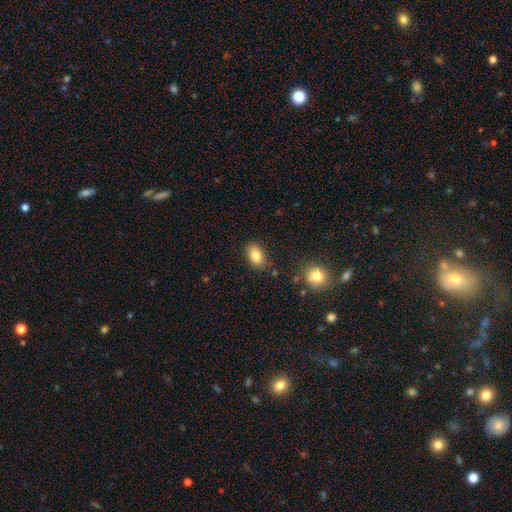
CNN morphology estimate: This is clearly a smooth galaxy (82%). How rounded: clearly in between (86%). Merging: clearly none (82%).